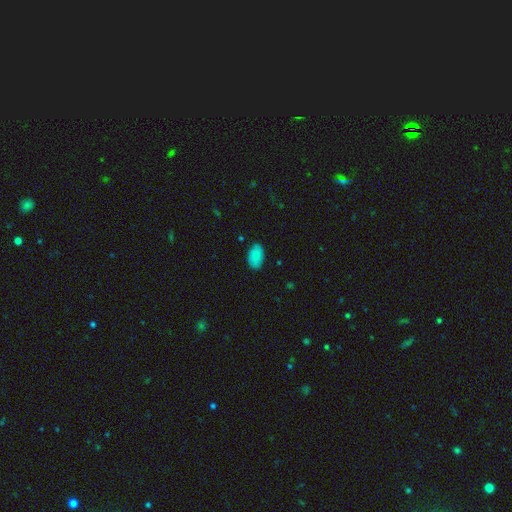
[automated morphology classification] A smooth galaxy with no disk features (86%) that is in between round and cigar-shaped (93%). Merging: none (84%).